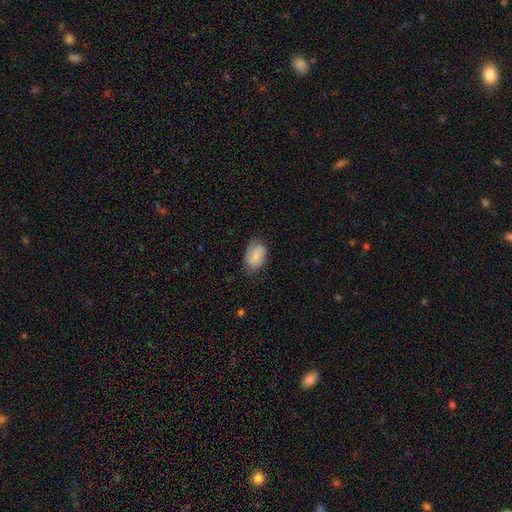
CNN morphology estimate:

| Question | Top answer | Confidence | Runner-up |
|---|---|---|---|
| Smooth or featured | smooth | 80% | featured or disk (13%) |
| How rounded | in between | 86% | round (13%) |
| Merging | none | 66% | minor disturbance (26%) |